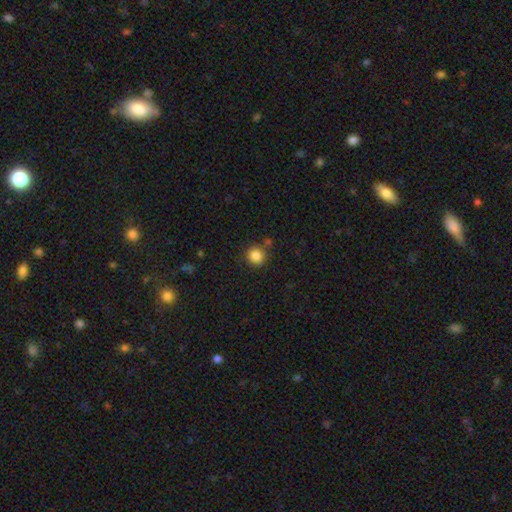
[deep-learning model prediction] A smooth galaxy with no disk features (85%) that is round (89%).

Vote fractions:
- Smooth or featured? smooth: 85% / star or artifact: 10% / featured or disk: 4%
- How rounded? round: 89% / in between: 10% / cigar-shaped: 1%
- Merging? none: 79% / minor disturbance: 11% / merger: 7% / major disturbance: 3%